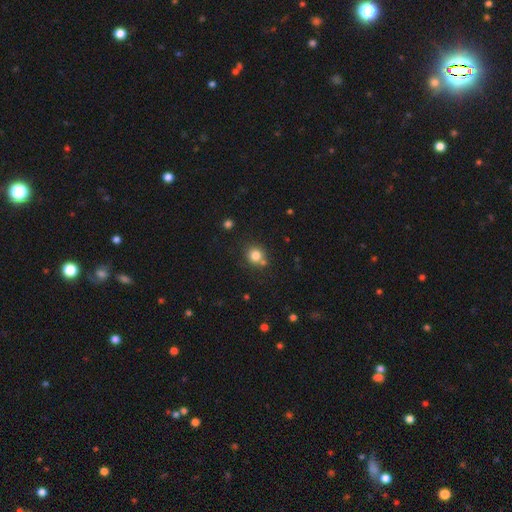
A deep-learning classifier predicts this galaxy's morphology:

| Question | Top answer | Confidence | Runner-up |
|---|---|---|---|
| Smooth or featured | smooth | 81% | star or artifact (12%) |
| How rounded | round | 89% | in between (10%) |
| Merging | none | 72% | merger (15%) |